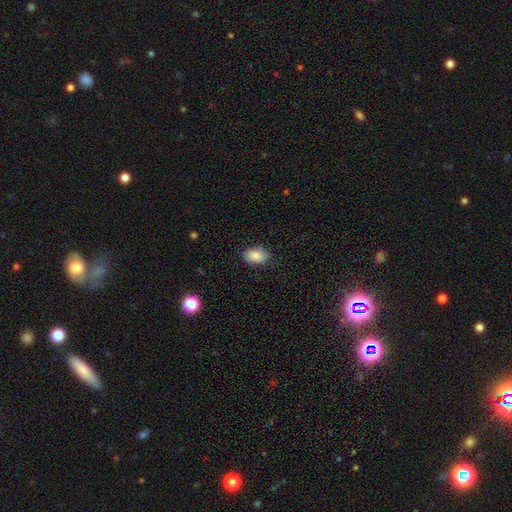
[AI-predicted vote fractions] smooth-or-featured: smooth: 87% | star or artifact: 7% | featured or disk: 5%
  how-rounded: in between: 87% | round: 12% | cigar-shaped: 1%
  merging: none: 84% | minor disturbance: 12% | major disturbance: 3% | merger: 1%